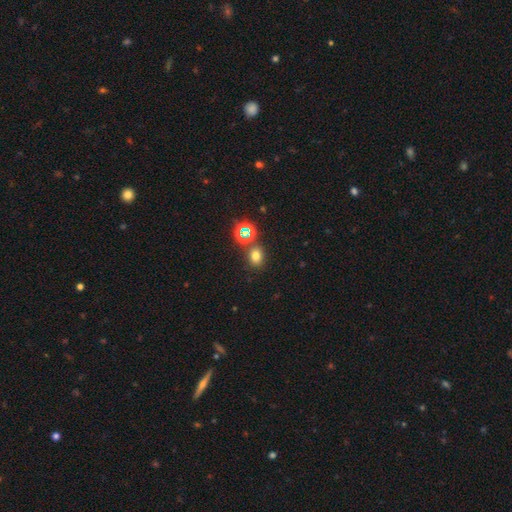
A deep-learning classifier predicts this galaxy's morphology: Smooth or featured? smooth (69%)
How rounded? round (53%)
Merging? none (76%)